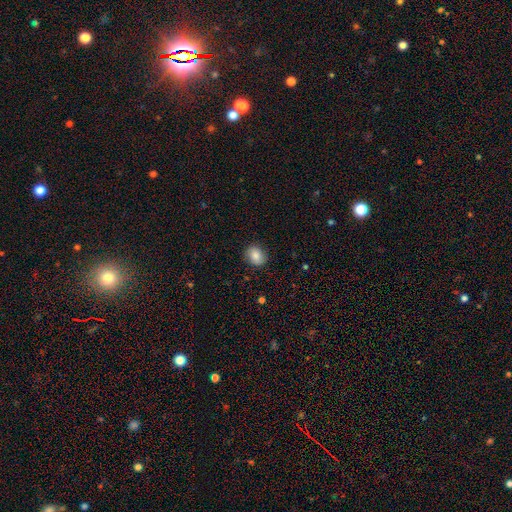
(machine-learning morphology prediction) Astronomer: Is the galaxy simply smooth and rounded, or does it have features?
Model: smooth — 81%.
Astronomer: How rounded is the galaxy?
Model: round — 61% (runner-up: in between, 38%).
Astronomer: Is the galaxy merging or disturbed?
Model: none — 85%.